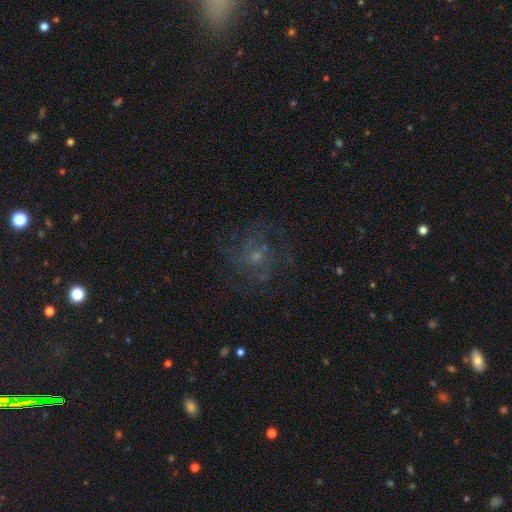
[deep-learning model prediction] A featured or disk galaxy (51%).

Vote fractions:
- Smooth or featured? featured or disk: 51% / smooth: 28% / star or artifact: 21%
- Edge-on disk? no: 97% / yes: 3%
- Merging? none: 65% / major disturbance: 17% / minor disturbance: 16% / merger: 2%